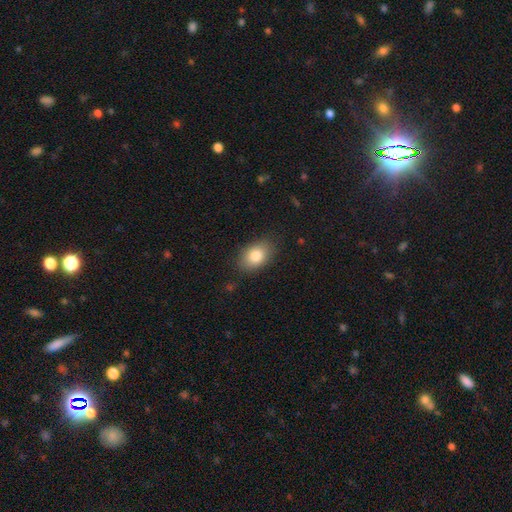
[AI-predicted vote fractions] smooth-or-featured: smooth: 82% | featured or disk: 10% | star or artifact: 8%
  how-rounded: in between: 83% | round: 15% | cigar-shaped: 1%
  merging: none: 84% | minor disturbance: 12% | major disturbance: 3% | merger: 1%